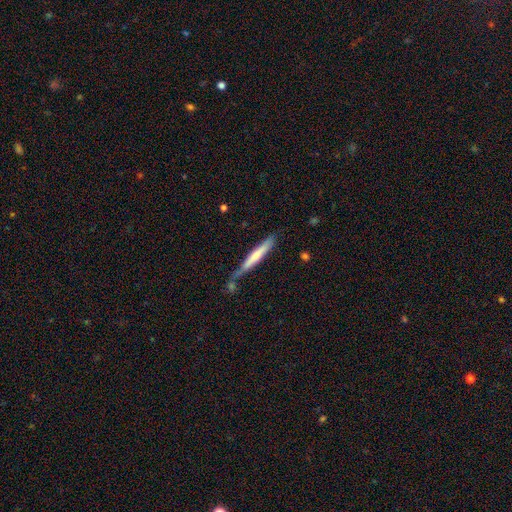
Q: Smooth or featured?
A: featured or disk (51%); runner-up: smooth (43%)
Q: Edge-on disk?
A: yes (100%)
Q: Edge-on bulge?
A: rounded (53%); runner-up: none (37%)
Q: Merging?
A: none (66%); runner-up: minor disturbance (26%)